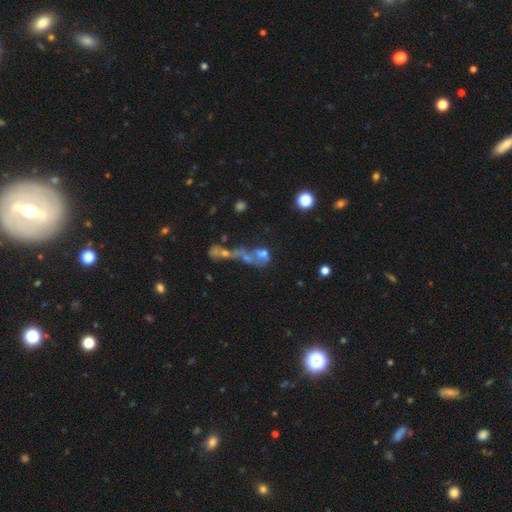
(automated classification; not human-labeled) Morphology: type=featured or disk (35%); merging=merger (50%).